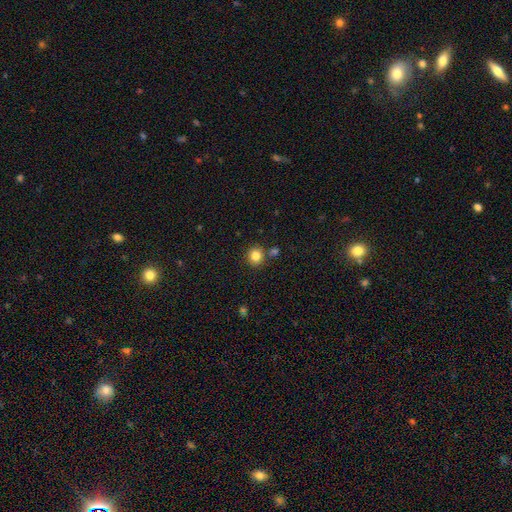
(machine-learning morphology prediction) A smooth galaxy with no disk features (83%) that is round (87%). Merging: none (81%).